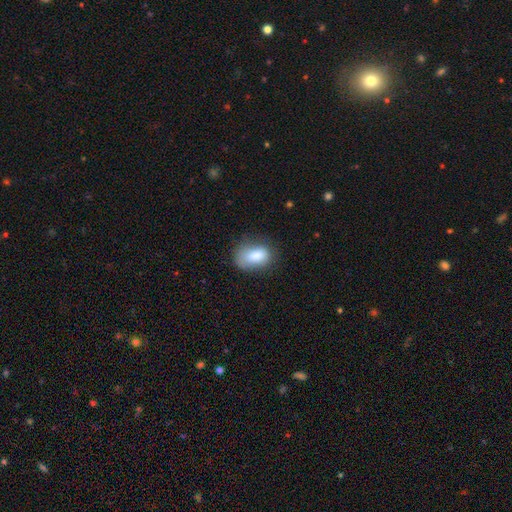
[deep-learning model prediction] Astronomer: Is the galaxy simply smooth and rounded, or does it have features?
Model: smooth — 83%.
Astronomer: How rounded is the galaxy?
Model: in between — 86%.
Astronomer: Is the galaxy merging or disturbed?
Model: none — 60%.